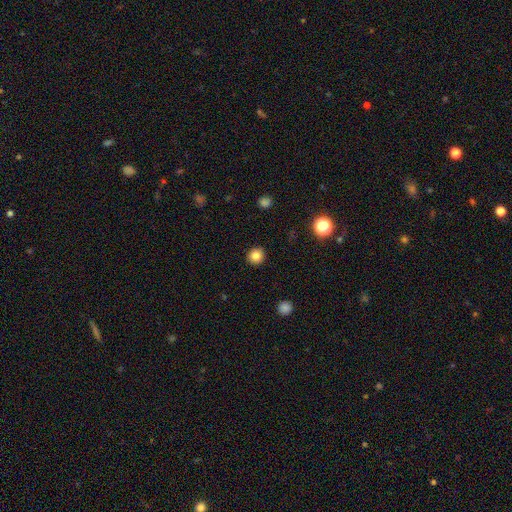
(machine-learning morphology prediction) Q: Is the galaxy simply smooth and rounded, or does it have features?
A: smooth — 82%.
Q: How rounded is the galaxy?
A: round — 90%.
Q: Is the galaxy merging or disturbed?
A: none — 92%.